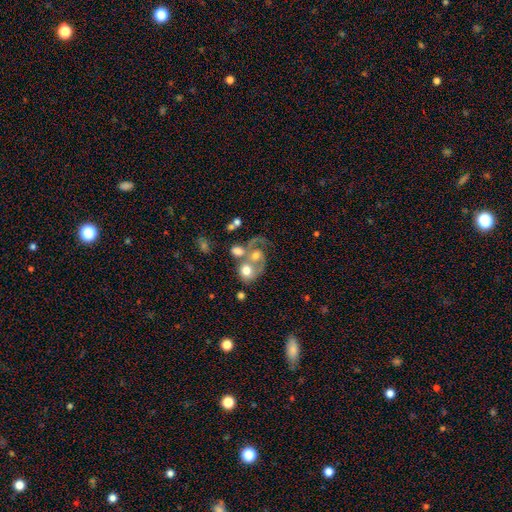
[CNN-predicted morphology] featured or disk 54%, smooth 36%, star or artifact 10%. Down the decision tree: edge-on disk — no (97%); bar — no (81%); spiral arms — yes (62%); bulge size — moderate (51%); merging — merger (57%).